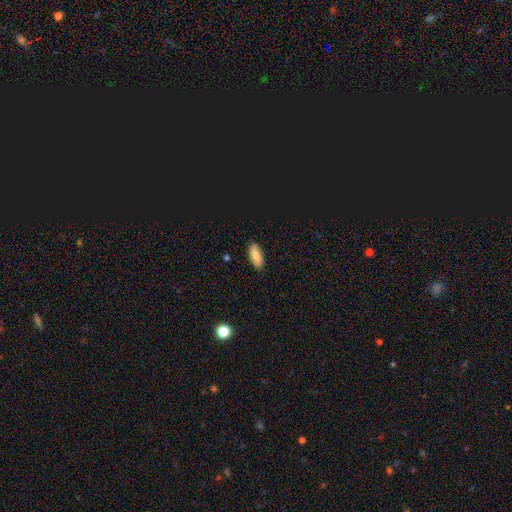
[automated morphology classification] smooth-or-featured: smooth: 75% | featured or disk: 16% | star or artifact: 9%
  how-rounded: in between: 80% | cigar-shaped: 18% | round: 3%
  merging: none: 85% | minor disturbance: 11% | major disturbance: 2% | merger: 1%